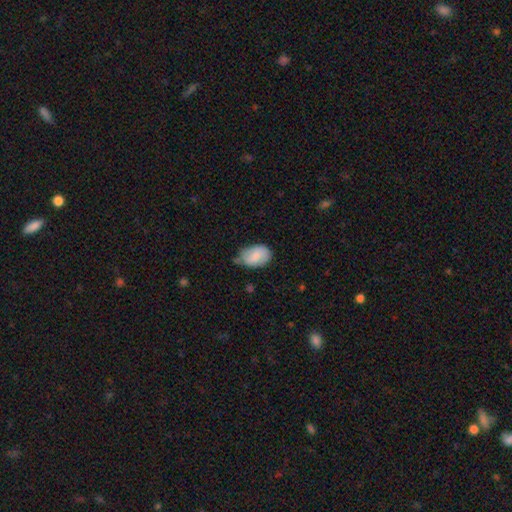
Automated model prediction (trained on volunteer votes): Q: Smooth or featured?
A: smooth (79%); runner-up: featured or disk (14%)
Q: How rounded?
A: in between (87%); runner-up: round (11%)
Q: Merging?
A: none (51%); runner-up: minor disturbance (38%)